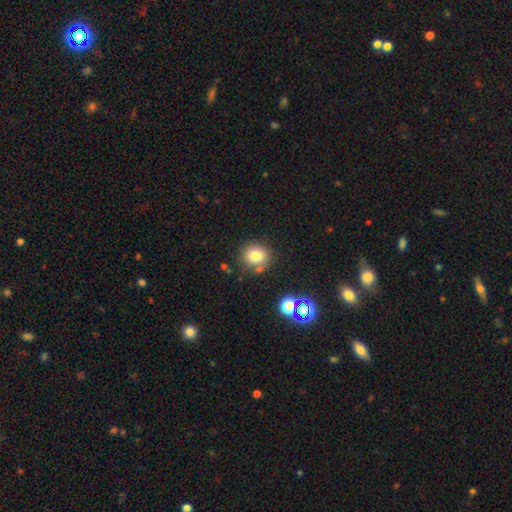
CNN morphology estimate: Smooth or featured? smooth (78%)
How rounded? round (81%)
Merging? none (75%)